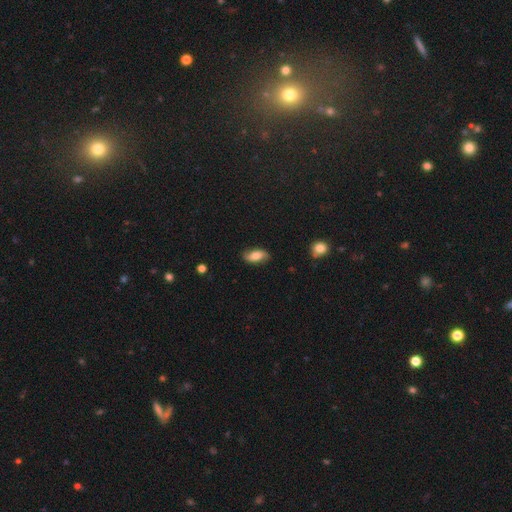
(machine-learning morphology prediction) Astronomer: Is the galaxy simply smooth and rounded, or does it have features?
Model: smooth — 68%.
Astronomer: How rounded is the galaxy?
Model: in between — 88%.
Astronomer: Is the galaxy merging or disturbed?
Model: none — 80%.